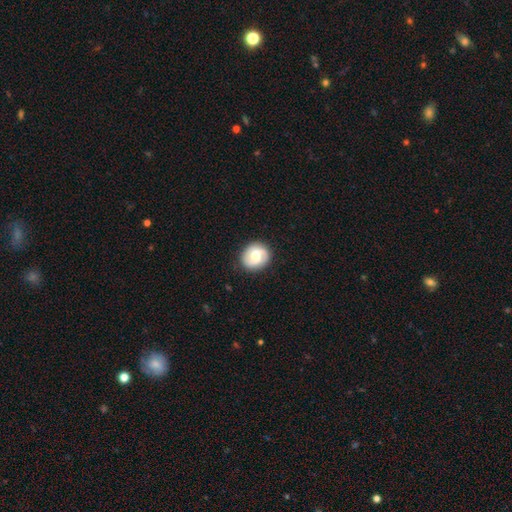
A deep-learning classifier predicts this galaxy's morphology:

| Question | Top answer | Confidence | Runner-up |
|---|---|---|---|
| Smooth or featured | featured or disk | 59% | smooth (34%) |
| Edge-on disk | no | 98% | yes (2%) |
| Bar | weak | 45% | no (39%) |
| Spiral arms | yes | 84% | no (16%) |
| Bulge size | moderate | 66% | large (18%) |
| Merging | none | 86% | minor disturbance (10%) |